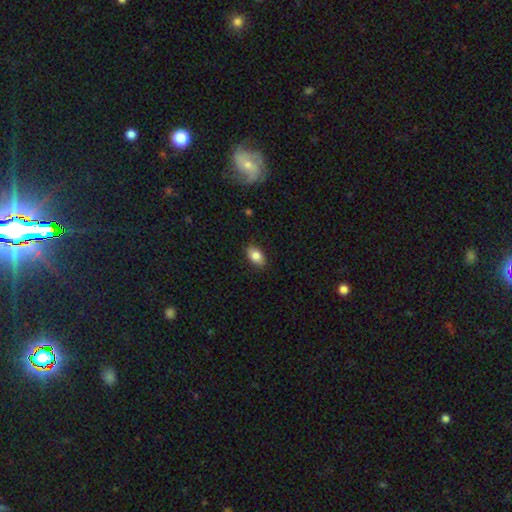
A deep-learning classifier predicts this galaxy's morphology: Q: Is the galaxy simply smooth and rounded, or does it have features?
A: smooth — 85%.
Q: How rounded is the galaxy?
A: in between — 90%.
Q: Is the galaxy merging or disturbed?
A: none — 87%.